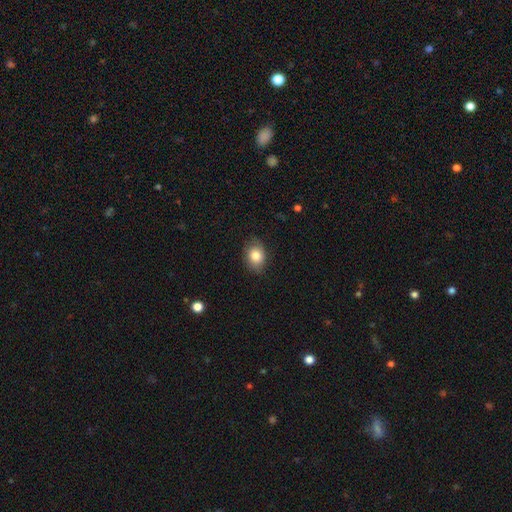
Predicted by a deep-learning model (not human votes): smooth-or-featured: smooth: 82% | featured or disk: 10% | star or artifact: 8%
  how-rounded: in between: 70% | round: 29% | cigar-shaped: 1%
  merging: none: 81% | minor disturbance: 15% | major disturbance: 3% | merger: 1%